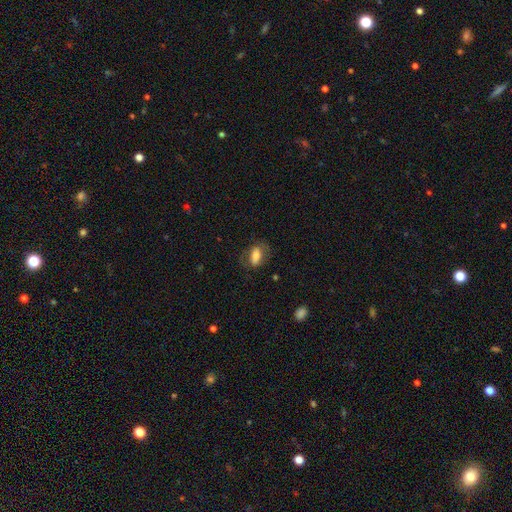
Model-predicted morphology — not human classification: Smooth or featured? smooth (73%)
How rounded? in between (83%)
Merging? none (66%)